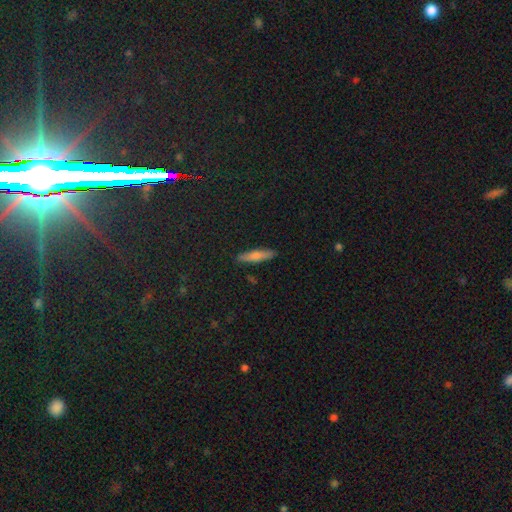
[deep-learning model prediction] This is likely a smooth galaxy (70%). How rounded: clearly cigar-shaped (81%). Merging: clearly none (88%).